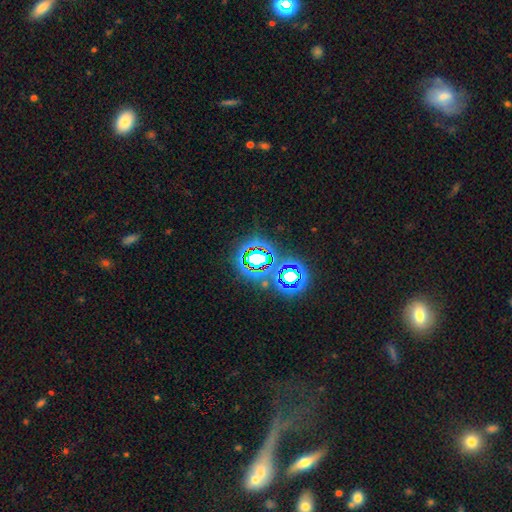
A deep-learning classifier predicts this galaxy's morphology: Q: Smooth or featured?
A: star or artifact (75%); runner-up: smooth (16%)